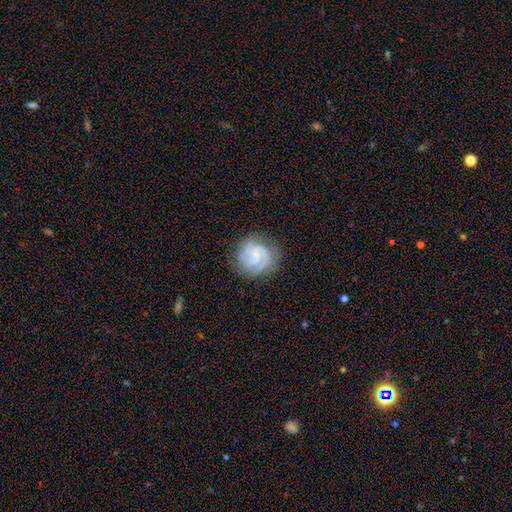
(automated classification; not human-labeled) smooth-or-featured: featured or disk: 79% | smooth: 15% | star or artifact: 6%
  disk-edge-on: no: 98% | yes: 2%
    bar: no: 53% | weak: 41% | strong: 6%
    has-spiral-arms: yes: 96% | no: 4%
      spiral-winding: tight: 48% | medium: 42% | loose: 10%
      spiral-arm-count: 2: 46% | 3: 28% | can't tell: 14% | 4: 4% | 1: 4% | more than 4: 4%
    bulge-size: small: 65% | none: 17% | moderate: 16% | large: 1% | dominant: 1%
  merging: none: 78% | minor disturbance: 14% | major disturbance: 6% | merger: 1%